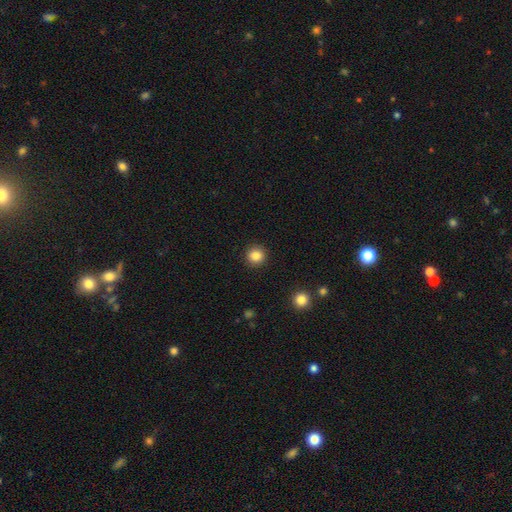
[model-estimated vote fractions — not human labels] Q: Smooth or featured?
A: smooth (85%); runner-up: star or artifact (11%)
Q: How rounded?
A: round (92%); runner-up: in between (7%)
Q: Merging?
A: none (92%); runner-up: minor disturbance (5%)